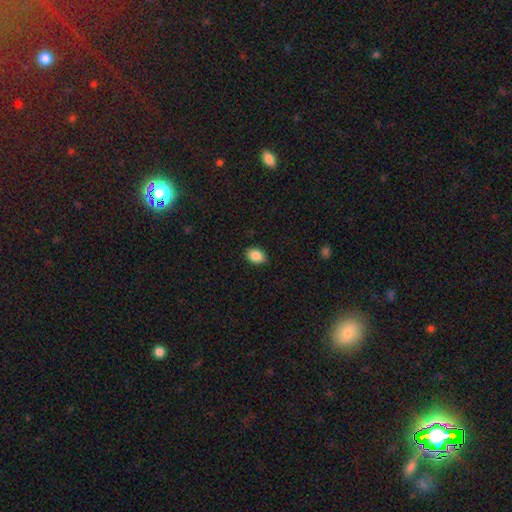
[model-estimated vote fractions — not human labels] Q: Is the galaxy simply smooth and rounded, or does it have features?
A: smooth — 88%.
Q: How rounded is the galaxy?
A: in between — 80%.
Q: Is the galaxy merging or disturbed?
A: none — 86%.